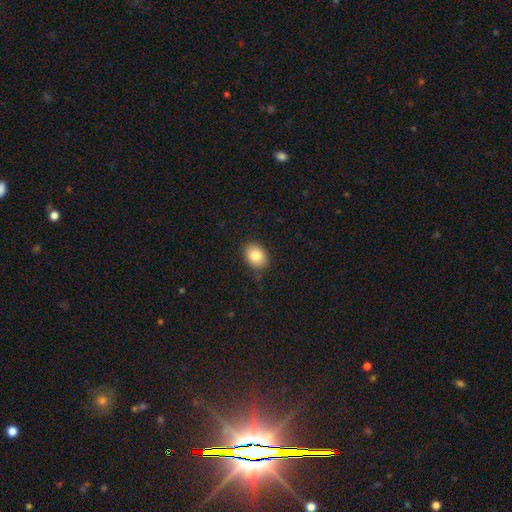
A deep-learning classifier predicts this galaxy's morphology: This appears to be a smooth galaxy with no disk features (85%) that is in between round and cigar-shaped (63%). Merging: none (85%).